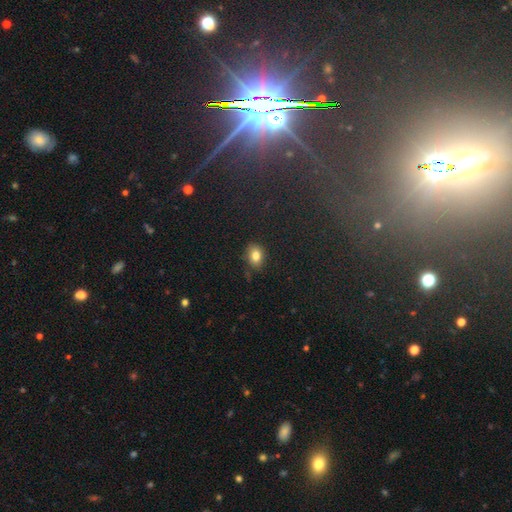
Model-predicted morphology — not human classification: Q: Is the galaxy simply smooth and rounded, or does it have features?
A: smooth — 81%.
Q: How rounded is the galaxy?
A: in between — 66%.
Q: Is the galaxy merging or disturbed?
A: none — 76%.